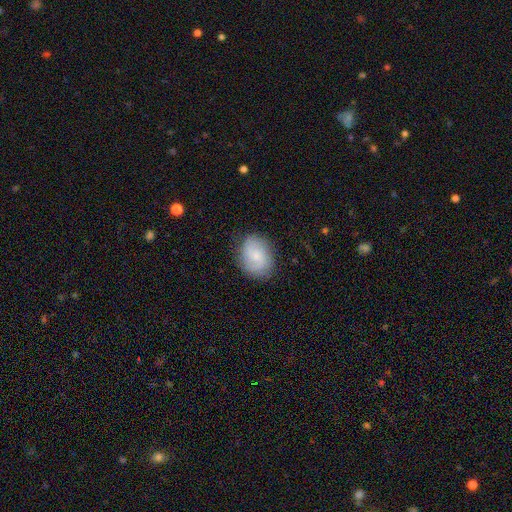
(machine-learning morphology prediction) smooth-or-featured: smooth: 58% | featured or disk: 35% | star or artifact: 7%
  how-rounded: in between: 63% | round: 36% | cigar-shaped: 1%
  merging: none: 80% | minor disturbance: 15% | major disturbance: 4% | merger: 1%